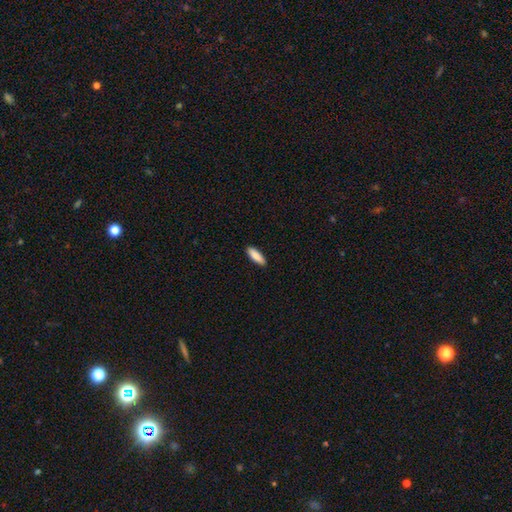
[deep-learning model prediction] Smooth or featured?
  - smooth: 88% *
  - featured or disk: 6%
  - star or artifact: 6%
How rounded?
  - in between: 52% *
  - cigar-shaped: 46%
  - round: 2%
Merging?
  - none: 89% *
  - minor disturbance: 8%
  - major disturbance: 2%
  - merger: 1%